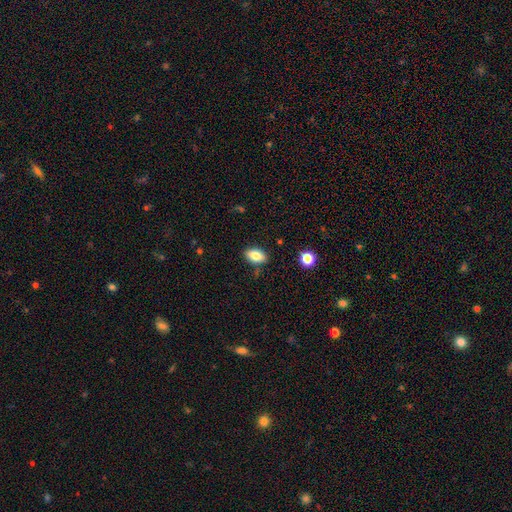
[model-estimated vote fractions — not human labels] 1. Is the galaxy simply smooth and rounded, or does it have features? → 83% smooth, 9% featured or disk, 8% star or artifact.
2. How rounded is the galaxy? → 91% in between, 7% round, 2% cigar-shaped.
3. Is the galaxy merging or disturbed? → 83% none, 11% minor disturbance, 3% merger, 3% major disturbance.